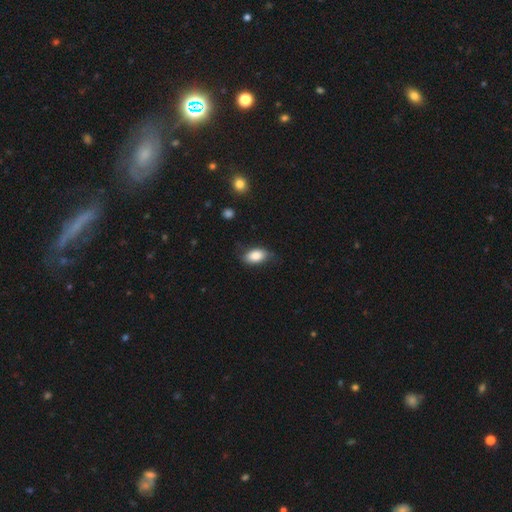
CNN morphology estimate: smooth 84%, featured or disk 9%, star or artifact 7%. Down the decision tree: how rounded — in between (90%); merging — none (64%).